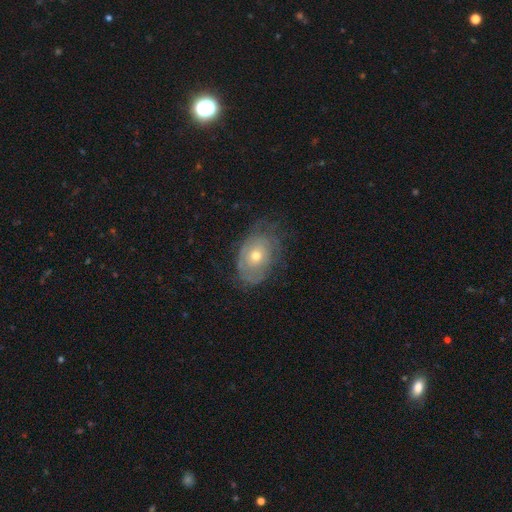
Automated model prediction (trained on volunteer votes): Q: Smooth or featured?
A: featured or disk (63%); runner-up: smooth (29%)
Q: Edge-on disk?
A: no (94%); runner-up: yes (6%)
Q: Bar?
A: no (86%); runner-up: weak (12%)
Q: Spiral arms?
A: yes (65%); runner-up: no (35%)
Q: Bulge size?
A: moderate (61%); runner-up: small (35%)
Q: Merging?
A: none (64%); runner-up: minor disturbance (24%)